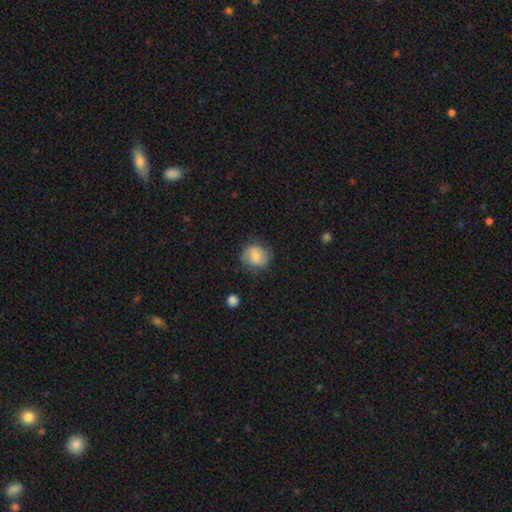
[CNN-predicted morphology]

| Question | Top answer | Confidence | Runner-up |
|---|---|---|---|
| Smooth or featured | smooth | 70% | featured or disk (22%) |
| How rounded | round | 77% | in between (22%) |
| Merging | none | 74% | minor disturbance (19%) |